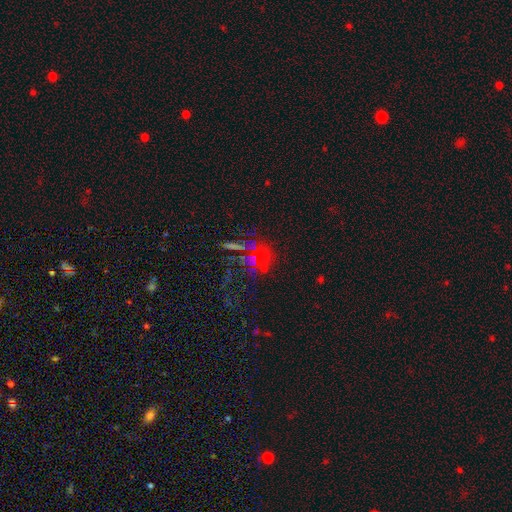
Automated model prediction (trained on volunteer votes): Q: Smooth or featured?
A: star or artifact (53%); runner-up: featured or disk (27%)